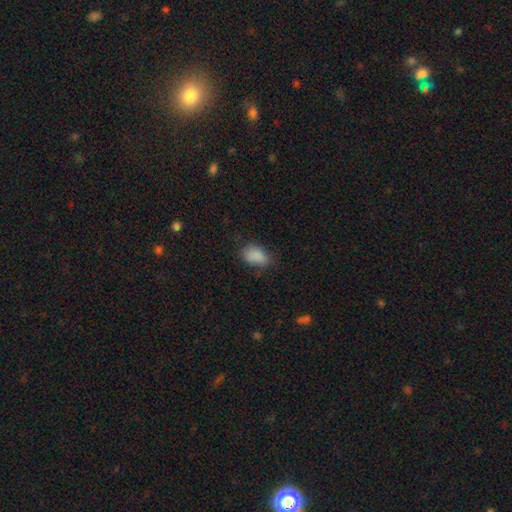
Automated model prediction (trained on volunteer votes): A smooth galaxy with no disk features (86%) that is in between round and cigar-shaped (88%). Merging: none (68%).